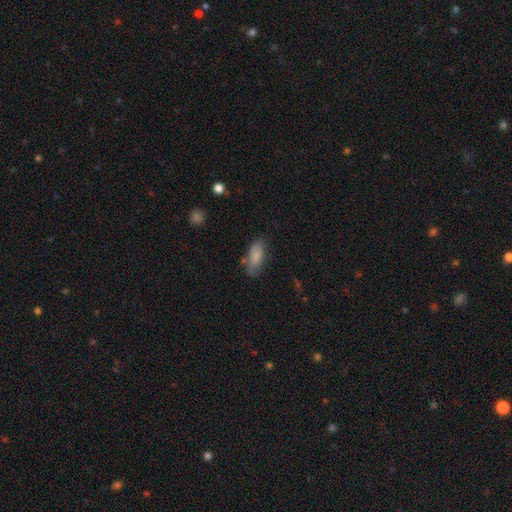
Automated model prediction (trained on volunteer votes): smooth_or_featured: smooth (p=0.83) [alt: featured or disk p=0.10]
how_rounded: in between (p=0.86) [alt: cigar-shaped p=0.11]
merging: none (p=0.63) [alt: minor disturbance p=0.25]